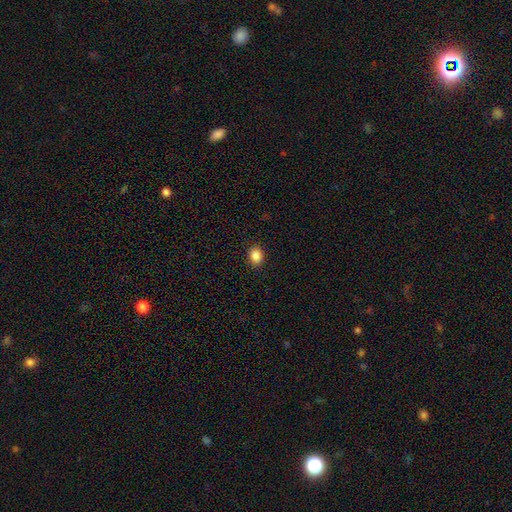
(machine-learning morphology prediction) This is clearly a smooth galaxy (87%). How rounded: possibly round (53%). Merging: clearly none (90%).